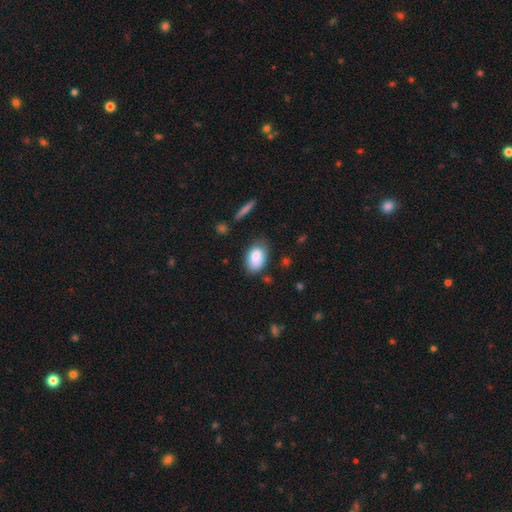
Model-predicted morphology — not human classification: Smooth or featured? smooth (84%)
How rounded? in between (90%)
Merging? none (68%)